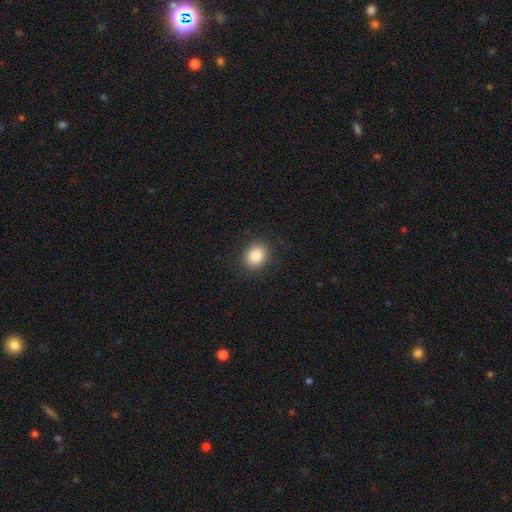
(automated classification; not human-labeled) Overall: smooth (87%). How rounded: round (55%; in between 44%). Merging: none (88%).